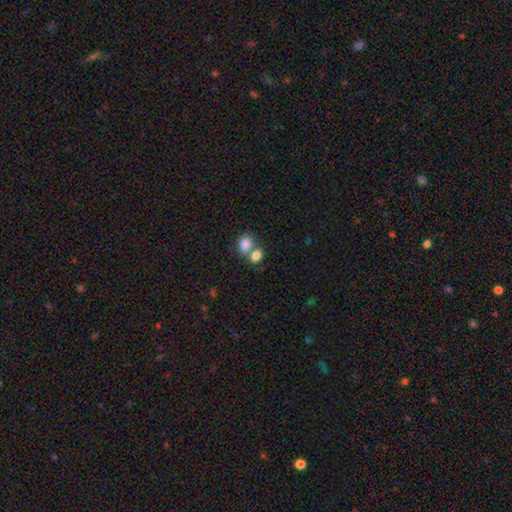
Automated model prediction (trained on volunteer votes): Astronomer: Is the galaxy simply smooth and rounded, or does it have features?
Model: smooth — 82%.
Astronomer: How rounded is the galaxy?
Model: in between — 56% (runner-up: round, 43%).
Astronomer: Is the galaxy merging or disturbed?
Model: merger — 50% (runner-up: none, 38%).